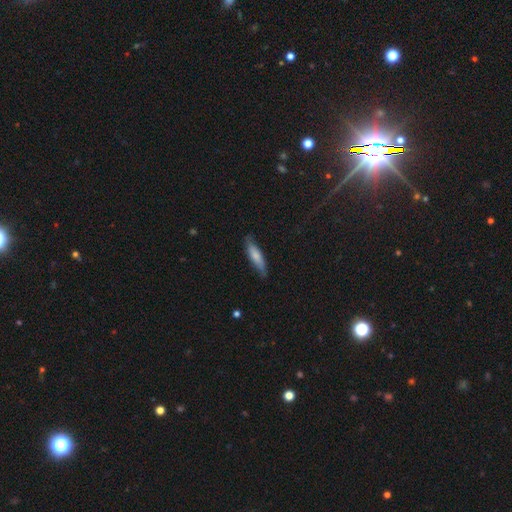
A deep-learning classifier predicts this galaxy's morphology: Overall: smooth (71%). How rounded: cigar-shaped (66%; in between 32%). Merging: none (74%).